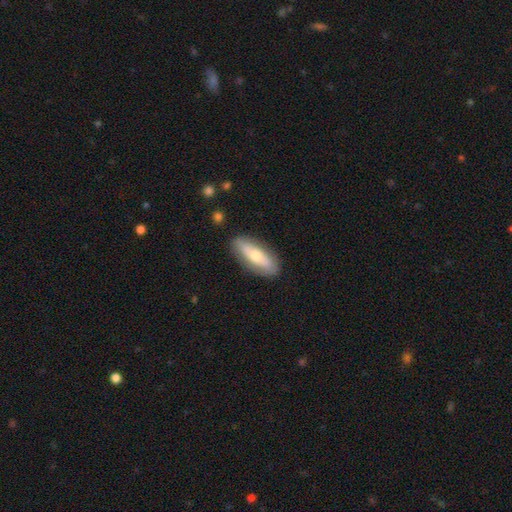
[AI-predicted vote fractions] This appears to be a smooth galaxy with no disk features (56%) that is in between round and cigar-shaped (66%). Merging: none (84%).